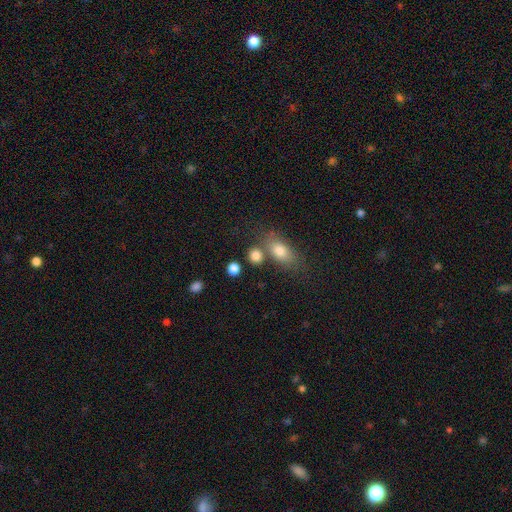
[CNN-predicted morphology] A smooth galaxy with no disk features (82%) that is round (63%). Merging: none (63%).